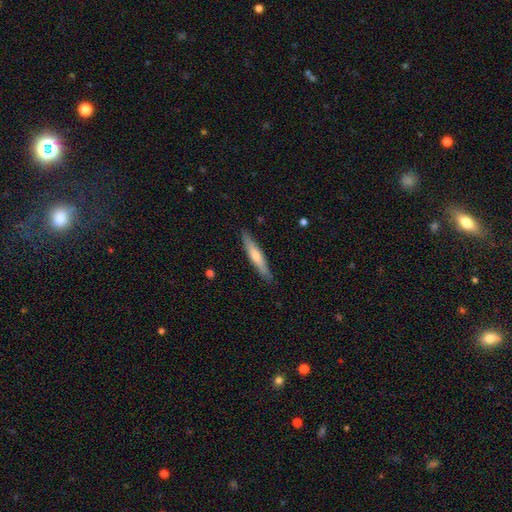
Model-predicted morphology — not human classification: smooth-or-featured: smooth: 52% | featured or disk: 42% | star or artifact: 6%
  how-rounded: cigar-shaped: 90% | in between: 9% | round: 1%
  merging: none: 89% | minor disturbance: 8% | major disturbance: 2% | merger: 1%